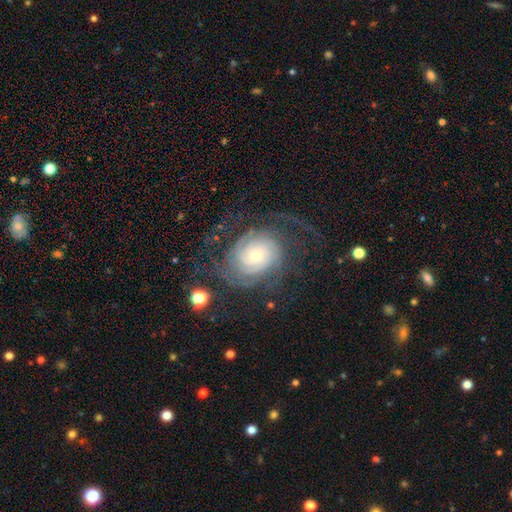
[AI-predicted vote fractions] Smooth or featured?
  - featured or disk: 85% *
  - smooth: 8%
  - star or artifact: 6%
Edge-on disk?
  - no: 97% *
  - yes: 3%
Bar?
  - no: 75% *
  - weak: 19%
  - strong: 5%
Spiral arms?
  - yes: 96% *
  - no: 4%
Spiral winding?
  - tight: 68% *
  - medium: 24%
  - loose: 9%
Spiral arm count?
  - can't tell: 30% *
  - 2: 27%
  - 3: 16%
  - 4: 12%
  - more than 4: 7%
  - 1: 7%
Bulge size?
  - small: 65% *
  - moderate: 29%
  - large: 3%
  - dominant: 1%
  - none: 1%
Merging?
  - none: 62% *
  - major disturbance: 21%
  - minor disturbance: 15%
  - merger: 2%